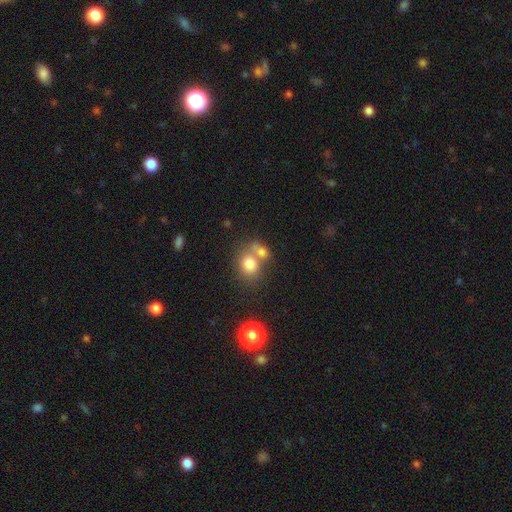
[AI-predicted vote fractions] Smooth or featured: smooth — 74% (star or artifact — 14%)
How rounded: round — 63% (in between — 36%)
Merging: merger — 45% (none — 42%)